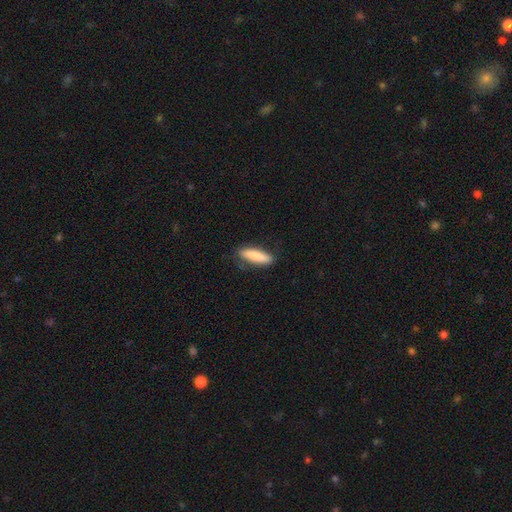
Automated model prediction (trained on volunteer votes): This appears to be a smooth galaxy with no disk features (84%) that is cigar-shaped (68%). Merging: none (79%).